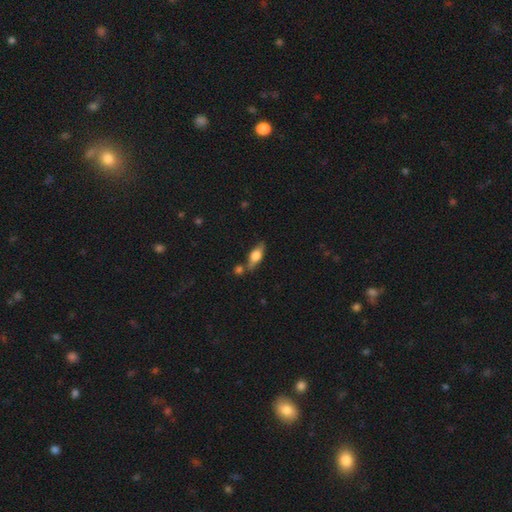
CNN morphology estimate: The model was most divided on "smooth or featured": smooth: 52%, featured or disk: 41%, star or artifact: 7%. More confident: merging — none (68%); how rounded — in between (65%).